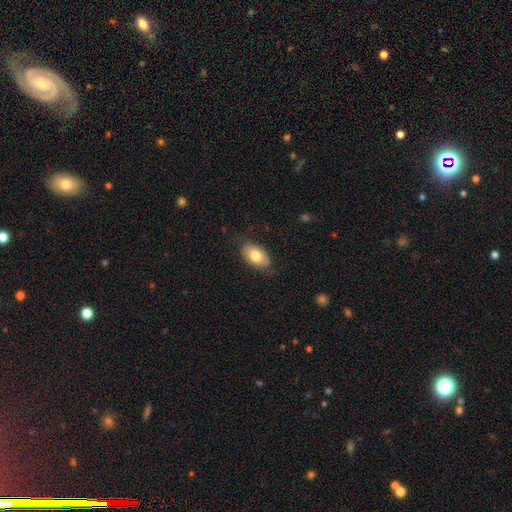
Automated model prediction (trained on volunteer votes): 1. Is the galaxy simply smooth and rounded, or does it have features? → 75% smooth, 18% featured or disk, 7% star or artifact.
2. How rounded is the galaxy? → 91% in between, 7% round, 1% cigar-shaped.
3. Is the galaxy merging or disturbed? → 78% none, 17% minor disturbance, 4% major disturbance, 1% merger.